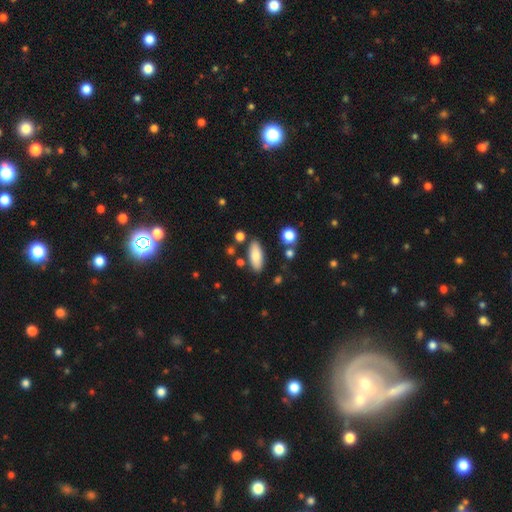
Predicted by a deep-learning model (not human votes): smooth 80%, featured or disk 13%, star or artifact 7%. Down the decision tree: how rounded — in between (78%); merging — none (82%).